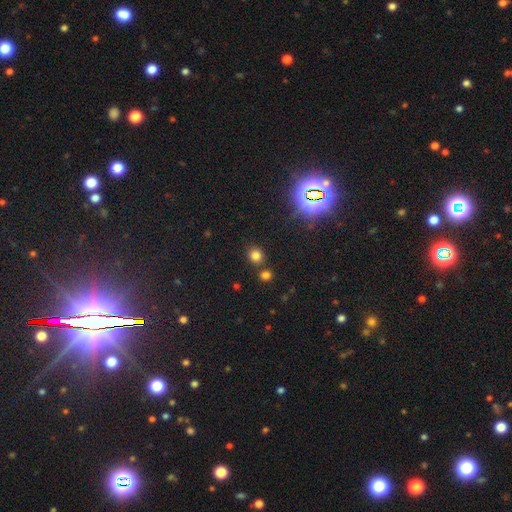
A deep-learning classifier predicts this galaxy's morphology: The model was most divided on "smooth or featured": smooth: 77%, star or artifact: 18%, featured or disk: 5%. More confident: how rounded — round (80%); merging — none (76%).